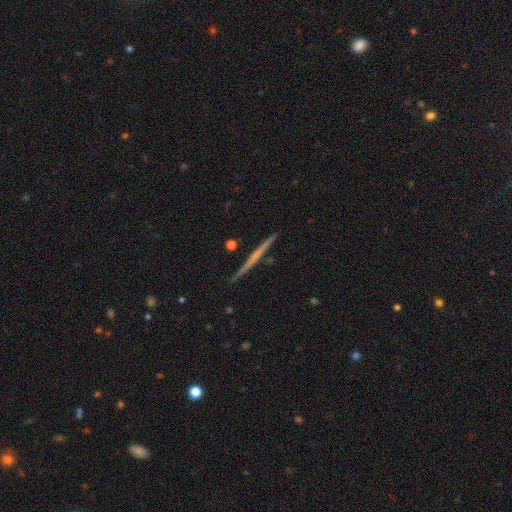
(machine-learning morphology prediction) Smooth or featured?
  - featured or disk: 59% *
  - smooth: 35%
  - star or artifact: 5%
Edge-on disk?
  - yes: 98% *
  - no: 2%
Edge-on bulge?
  - none: 85% *
  - rounded: 10%
  - boxy: 5%
Merging?
  - none: 92% *
  - minor disturbance: 6%
  - merger: 1%
  - major disturbance: 1%